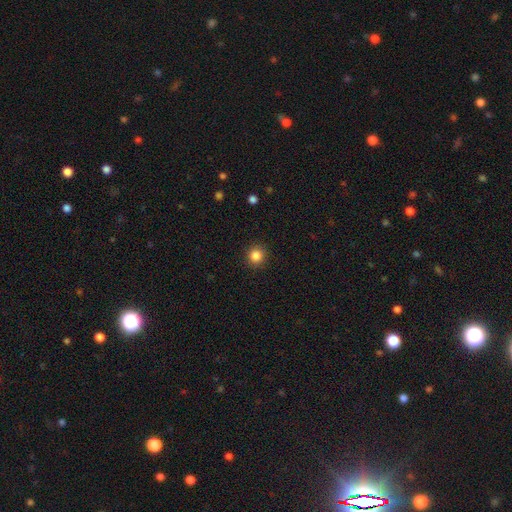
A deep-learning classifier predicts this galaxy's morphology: Smooth or featured? smooth (85%)
How rounded? round (93%)
Merging? none (92%)